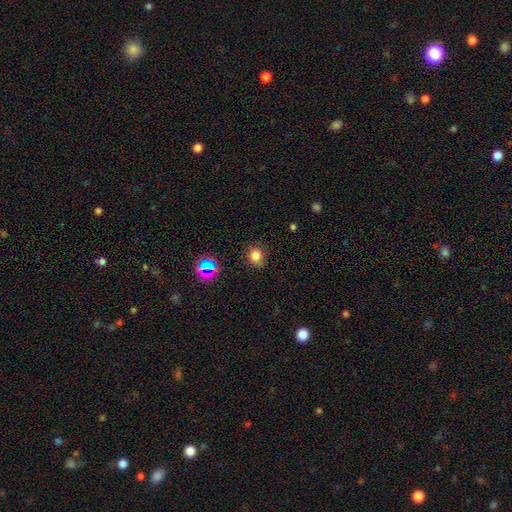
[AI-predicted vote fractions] Smooth or featured?
  - smooth: 77% *
  - star or artifact: 17%
  - featured or disk: 6%
How rounded?
  - round: 66% *
  - in between: 33%
  - cigar-shaped: 1%
Merging?
  - none: 80% *
  - minor disturbance: 14%
  - major disturbance: 4%
  - merger: 2%